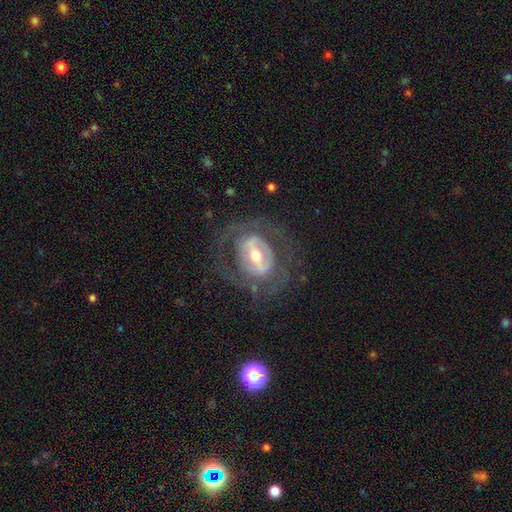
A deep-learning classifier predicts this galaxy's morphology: type=featured or disk (75%); edge-on=no (94%); bar=no (35%); spiral arms=yes (52%); bulge=moderate (54%); merging=none (73%).